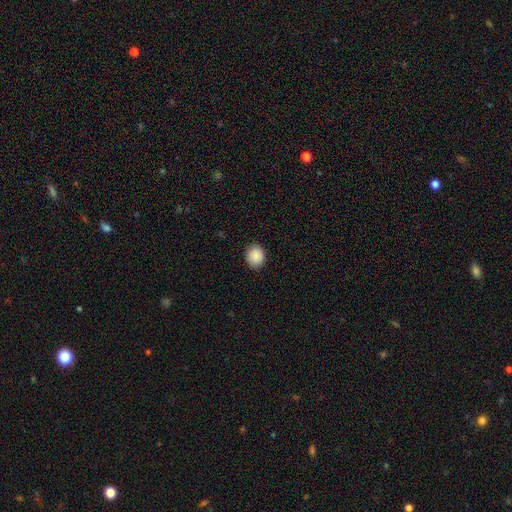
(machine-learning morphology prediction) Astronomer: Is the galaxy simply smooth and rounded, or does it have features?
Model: smooth — 89%.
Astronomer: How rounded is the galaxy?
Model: round — 58% (runner-up: in between, 41%).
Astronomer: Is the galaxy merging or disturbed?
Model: none — 89%.